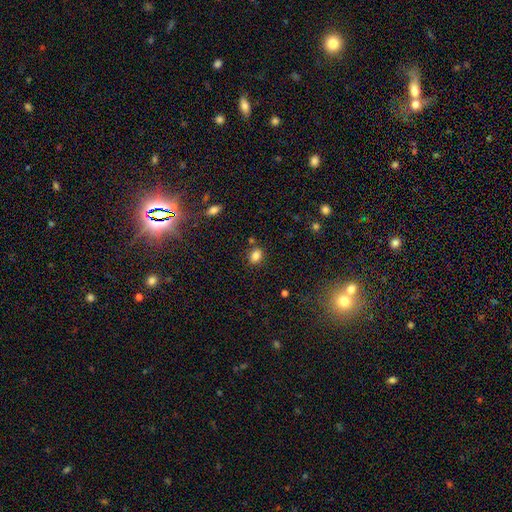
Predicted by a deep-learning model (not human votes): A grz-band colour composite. It shows a smooth galaxy with no disk features (83%) that is in between round and cigar-shaped (54%). Merging: none (81%).